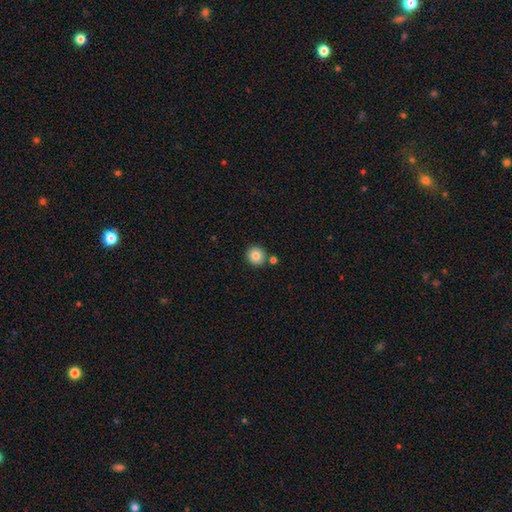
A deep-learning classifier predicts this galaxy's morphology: Smooth or featured?
  - smooth: 83% *
  - star or artifact: 9%
  - featured or disk: 8%
How rounded?
  - round: 92% *
  - in between: 7%
  - cigar-shaped: 1%
Merging?
  - none: 83% *
  - merger: 8%
  - minor disturbance: 7%
  - major disturbance: 2%